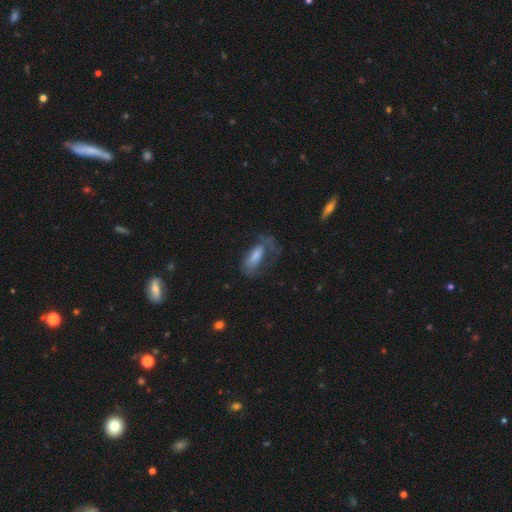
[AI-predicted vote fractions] Morphology: type=smooth (48%); merging=major disturbance (39%).